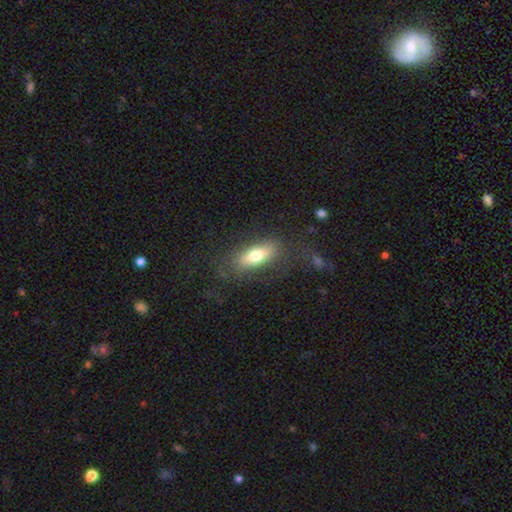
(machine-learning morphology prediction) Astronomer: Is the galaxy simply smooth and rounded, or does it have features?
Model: smooth — 67%.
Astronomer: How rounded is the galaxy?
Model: in between — 69%.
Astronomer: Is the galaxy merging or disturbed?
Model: none — 76%.